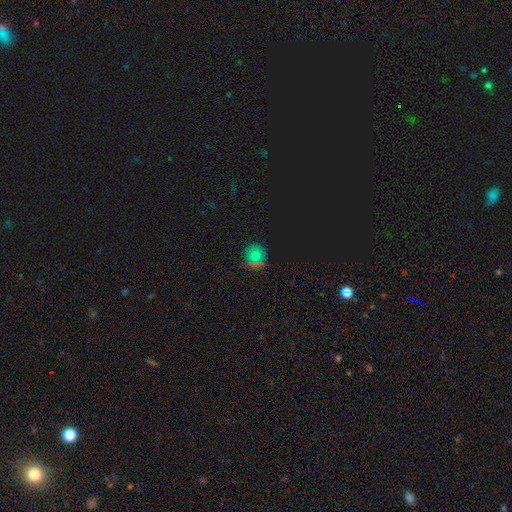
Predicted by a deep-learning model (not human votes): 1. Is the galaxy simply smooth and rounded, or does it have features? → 60% smooth, 28% star or artifact, 11% featured or disk.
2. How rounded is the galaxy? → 92% round, 7% in between, 1% cigar-shaped.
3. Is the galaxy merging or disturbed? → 79% none, 12% minor disturbance, 5% merger, 4% major disturbance.